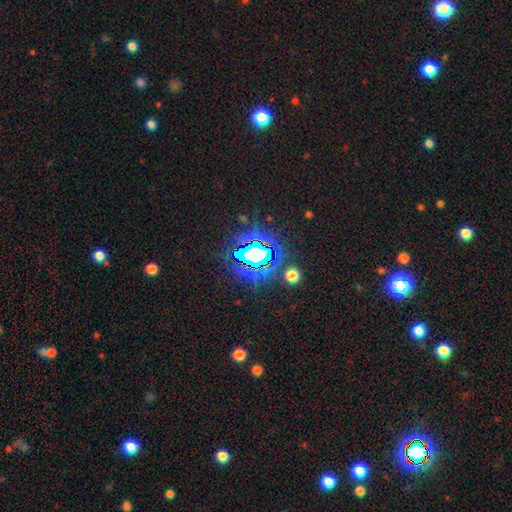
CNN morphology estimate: This appears to be a star or artifact, not a galaxy (77%).